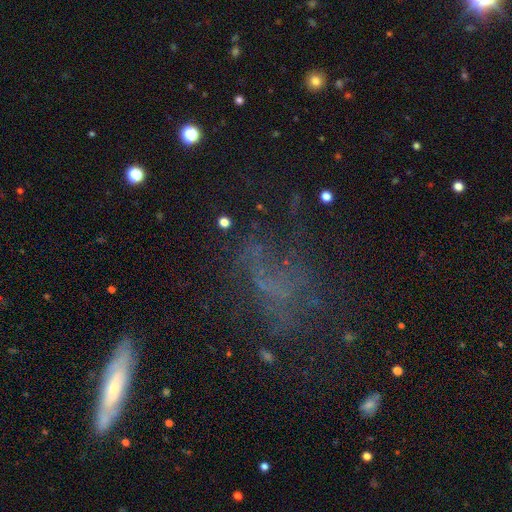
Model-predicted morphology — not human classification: Smooth or featured? featured or disk (40%)
Merging? none (46%)